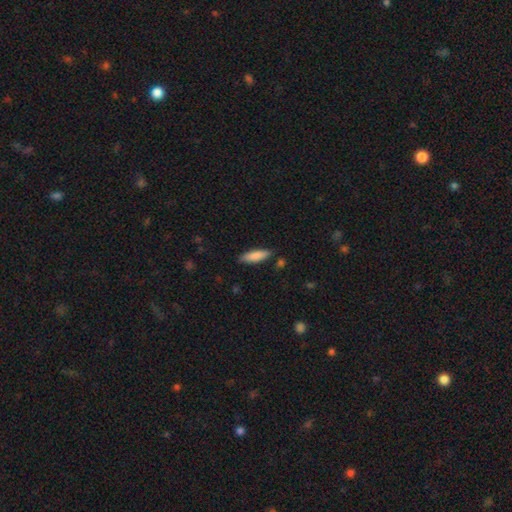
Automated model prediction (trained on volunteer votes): This appears to be a smooth galaxy with no disk features (84%) that is cigar-shaped (56%). Merging: none (83%).